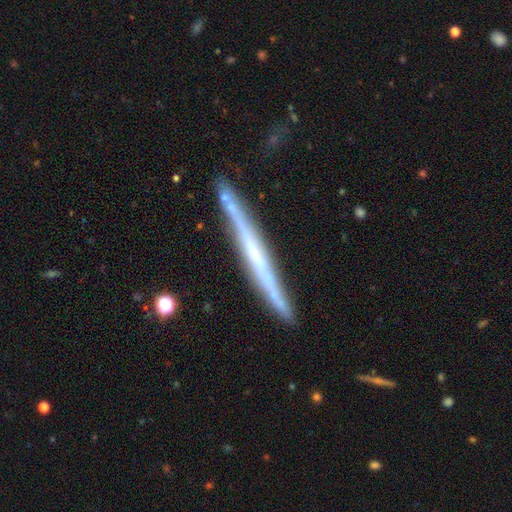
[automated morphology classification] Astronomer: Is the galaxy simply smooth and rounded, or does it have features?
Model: featured or disk — 72%.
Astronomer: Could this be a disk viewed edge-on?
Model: yes — 96%.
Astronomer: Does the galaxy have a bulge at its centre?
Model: none — 68%.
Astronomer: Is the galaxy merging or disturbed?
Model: none — 85%.